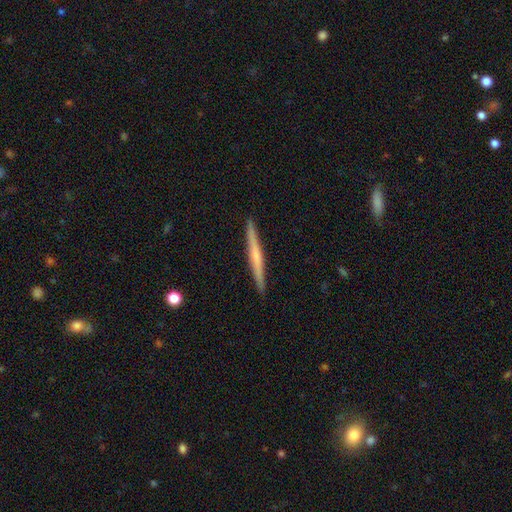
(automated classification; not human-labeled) Smooth or featured? featured or disk (58%)
Edge-on disk? yes (98%)
Edge-on bulge? none (48%)
Merging? none (92%)